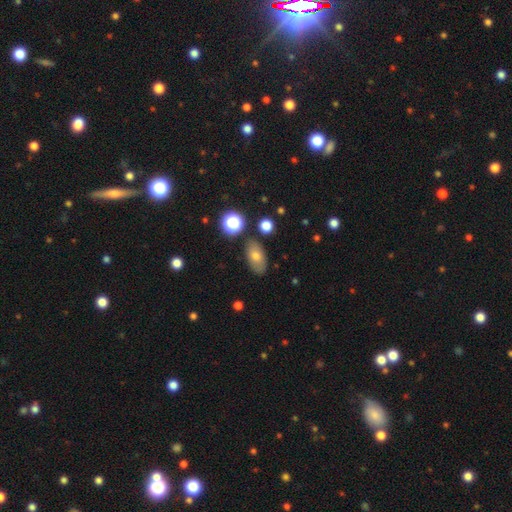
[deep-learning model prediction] A smooth galaxy with no disk features (72%) that is in between round and cigar-shaped (89%).

Vote fractions:
- Smooth or featured? smooth: 72% / featured or disk: 18% / star or artifact: 10%
- How rounded? in between: 89% / round: 8% / cigar-shaped: 3%
- Merging? none: 80% / minor disturbance: 12% / merger: 4% / major disturbance: 3%